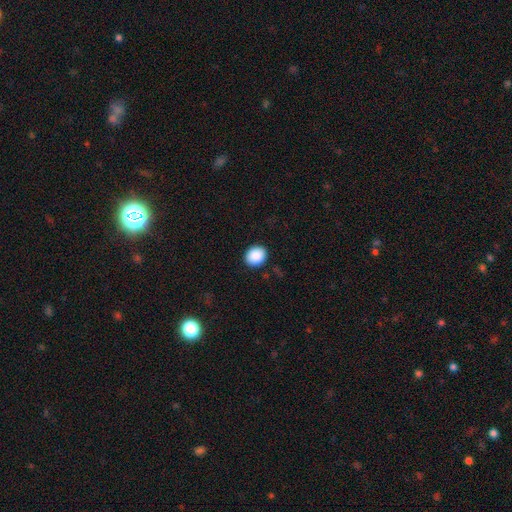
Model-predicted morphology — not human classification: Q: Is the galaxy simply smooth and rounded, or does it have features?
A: smooth — 89%.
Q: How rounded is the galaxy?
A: round — 63%.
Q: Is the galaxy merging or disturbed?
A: none — 90%.